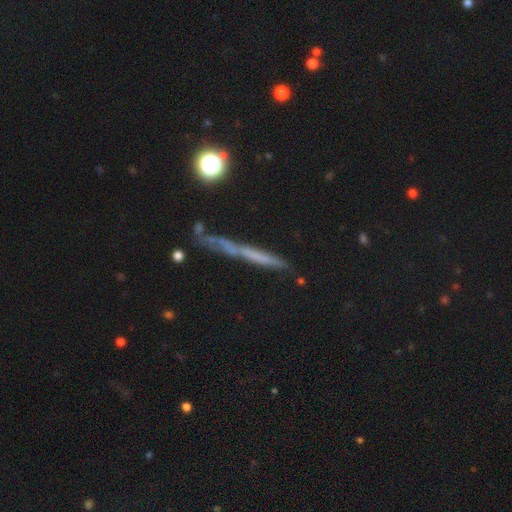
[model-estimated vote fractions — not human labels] This appears to be a featured or disk galaxy (46%). Merging: none (63%).